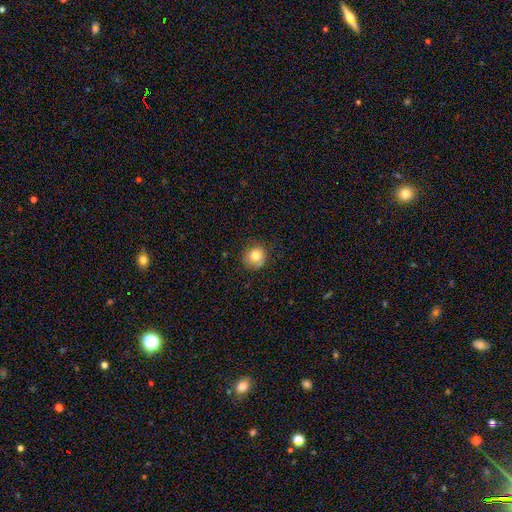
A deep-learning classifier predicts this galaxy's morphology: Q: Smooth or featured?
A: smooth (80%); runner-up: featured or disk (11%)
Q: How rounded?
A: round (82%); runner-up: in between (17%)
Q: Merging?
A: none (74%); runner-up: minor disturbance (20%)